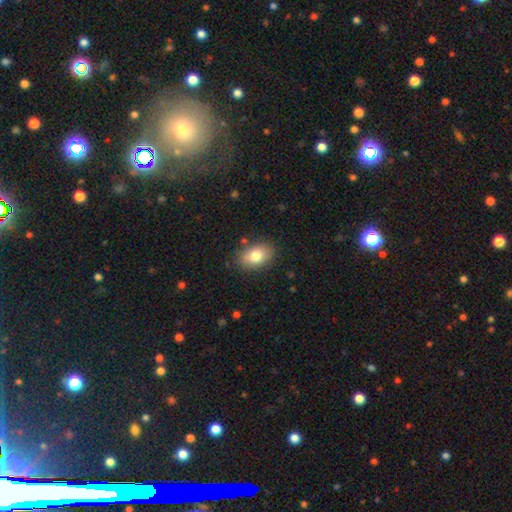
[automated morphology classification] A smooth galaxy with no disk features (79%) that is in between round and cigar-shaped (83%). Merging: none (84%).